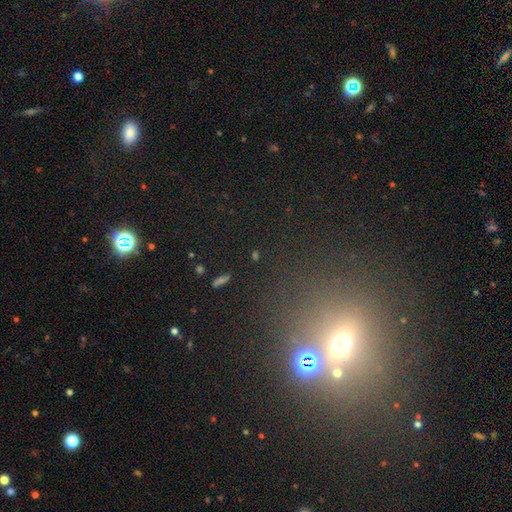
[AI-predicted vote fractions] A star or artifact, not a galaxy (51%).